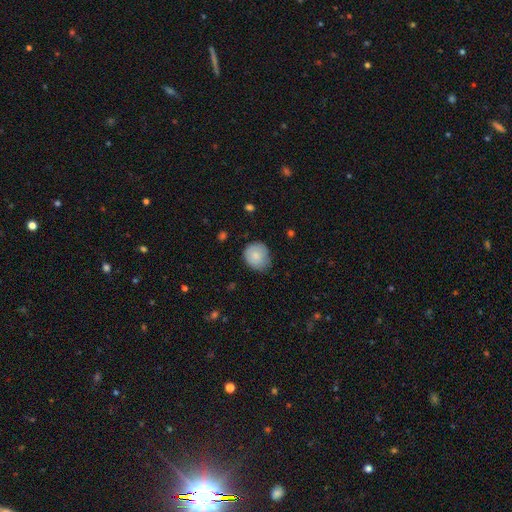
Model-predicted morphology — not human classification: A smooth galaxy with no disk features (80%) that is round (78%).

Vote fractions:
- Smooth or featured? smooth: 80% / featured or disk: 13% / star or artifact: 7%
- How rounded? round: 78% / in between: 22% / cigar-shaped: 1%
- Merging? none: 63% / minor disturbance: 30% / major disturbance: 6% / merger: 1%